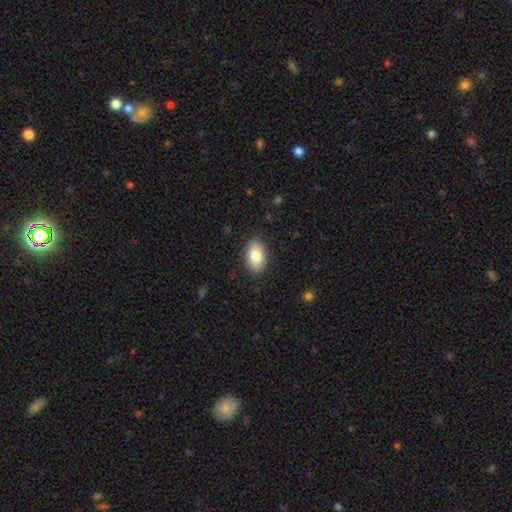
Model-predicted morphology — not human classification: The model was most divided on "smooth or featured": smooth: 82%, featured or disk: 11%, star or artifact: 7%. More confident: how rounded — in between (92%); merging — none (88%).